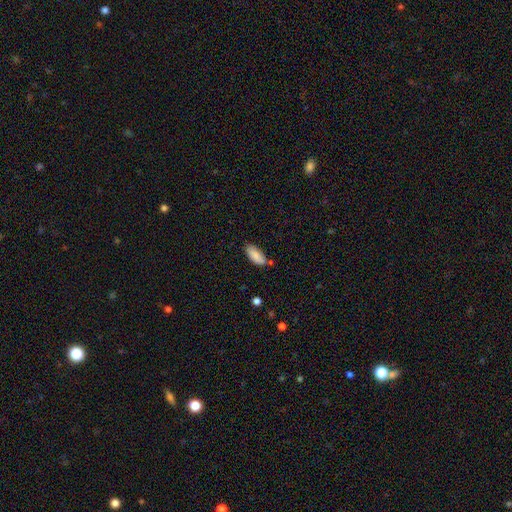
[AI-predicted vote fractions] Smooth or featured? Predicted: smooth (p=0.86). How rounded? Predicted: in between (p=0.85). Merging? Predicted: none (p=0.70).